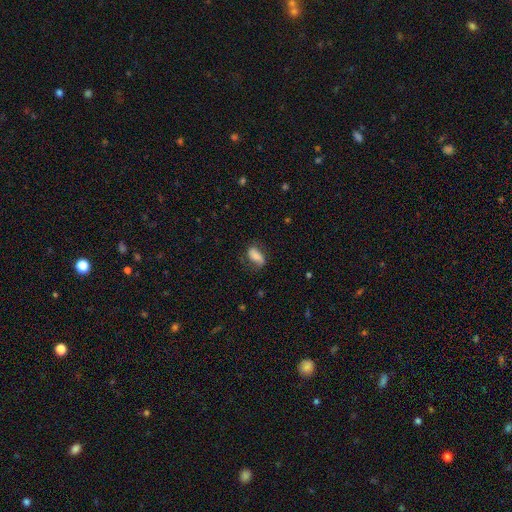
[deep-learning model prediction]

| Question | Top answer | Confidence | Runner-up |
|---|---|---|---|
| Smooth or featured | smooth | 61% | featured or disk (31%) |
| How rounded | in between | 87% | cigar-shaped (7%) |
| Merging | none | 59% | minor disturbance (26%) |